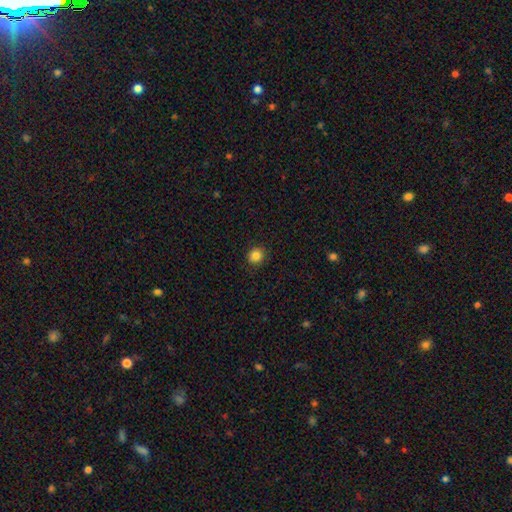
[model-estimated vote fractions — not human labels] Smooth or featured: smooth — 84% (star or artifact — 11%)
How rounded: round — 88% (in between — 11%)
Merging: none — 91% (minor disturbance — 6%)